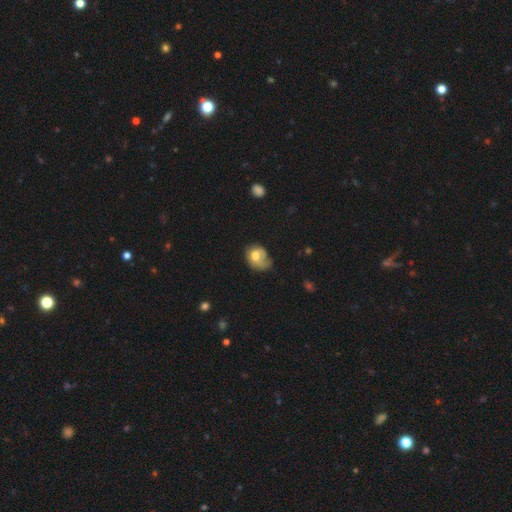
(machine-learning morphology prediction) Smooth or featured? smooth (65%)
How rounded? in between (55%)
Merging? minor disturbance (37%)